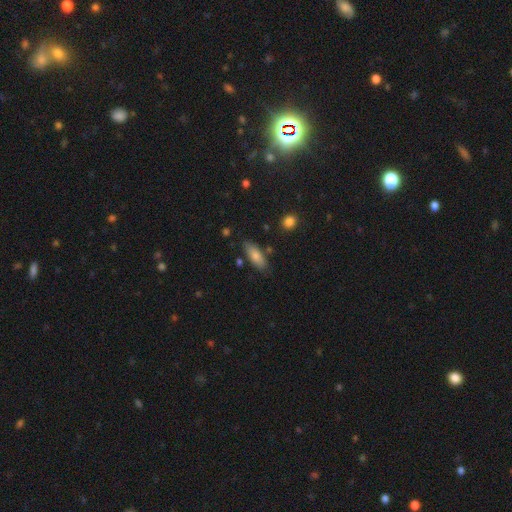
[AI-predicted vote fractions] A smooth galaxy with no disk features (79%) that is in between round and cigar-shaped (71%). Merging: none (80%).